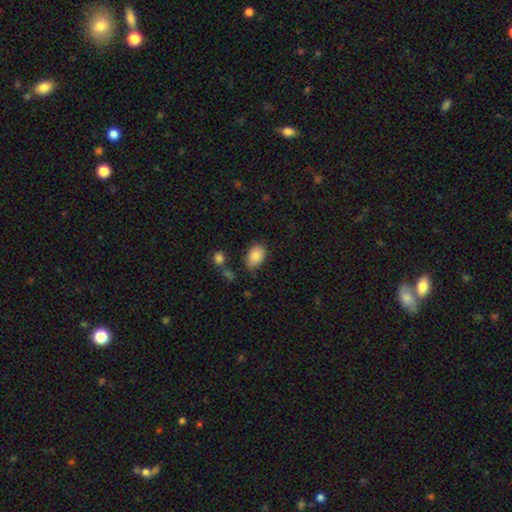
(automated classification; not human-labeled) The model was most divided on "merging": none: 70%, minor disturbance: 22%, major disturbance: 5%, merger: 3%. More confident: smooth or featured — smooth (86%); how rounded — in between (82%).